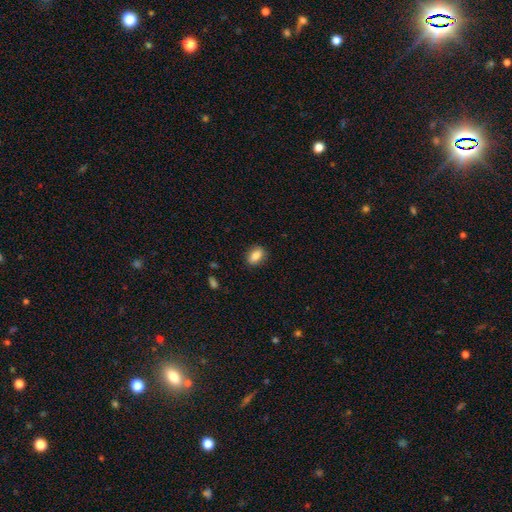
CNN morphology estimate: Q: Smooth or featured?
A: smooth (85%); runner-up: star or artifact (8%)
Q: How rounded?
A: in between (81%); runner-up: round (15%)
Q: Merging?
A: none (84%); runner-up: minor disturbance (12%)